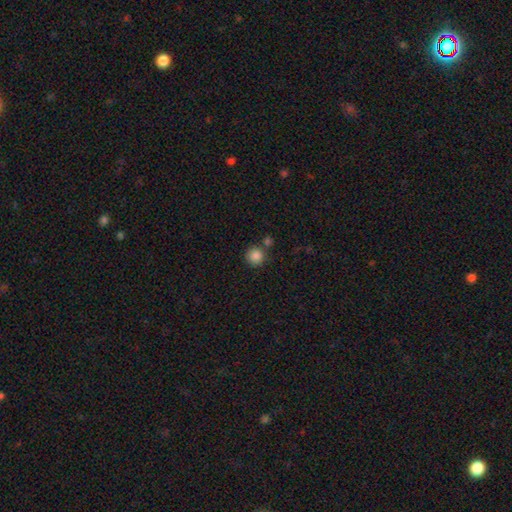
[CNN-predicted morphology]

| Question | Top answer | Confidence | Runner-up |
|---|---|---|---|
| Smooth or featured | smooth | 85% | star or artifact (11%) |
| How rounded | round | 94% | in between (5%) |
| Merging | none | 76% | merger (13%) |